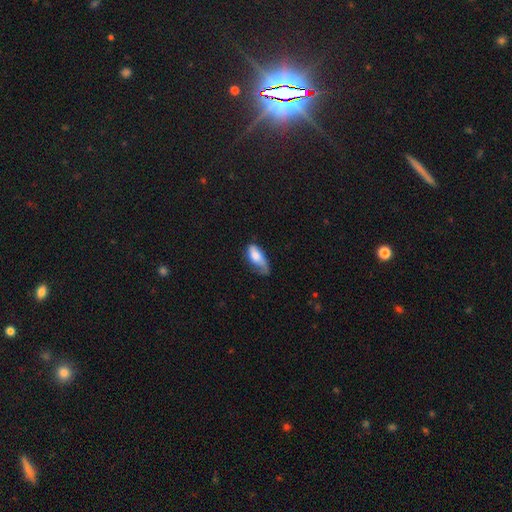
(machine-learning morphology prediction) smooth_or_featured: smooth (p=0.72) [alt: featured or disk p=0.21]
how_rounded: in between (p=0.83) [alt: cigar-shaped p=0.14]
merging: minor disturbance (p=0.40) [alt: none p=0.31]